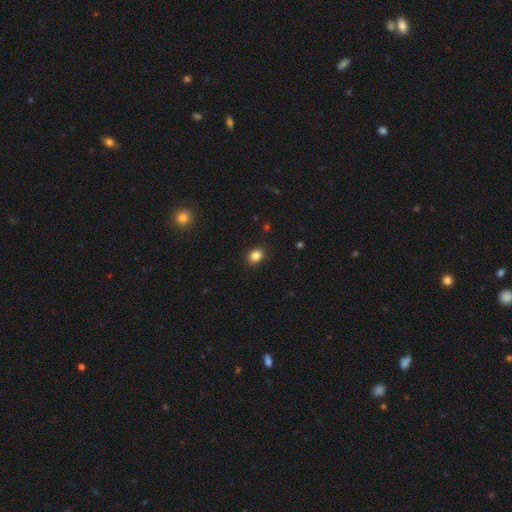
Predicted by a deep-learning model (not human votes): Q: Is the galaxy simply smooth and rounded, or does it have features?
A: smooth — 85%.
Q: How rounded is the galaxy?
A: in between — 52%.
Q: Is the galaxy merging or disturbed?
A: none — 89%.